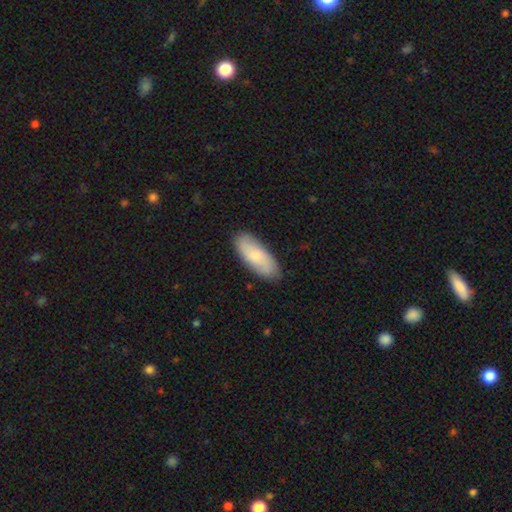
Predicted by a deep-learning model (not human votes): A smooth galaxy with no disk features (67%) that is in between round and cigar-shaped (79%).

Vote fractions:
- Smooth or featured? smooth: 67% / featured or disk: 27% / star or artifact: 5%
- How rounded? in between: 79% / cigar-shaped: 19% / round: 2%
- Merging? none: 85% / minor disturbance: 12% / major disturbance: 2% / merger: 1%